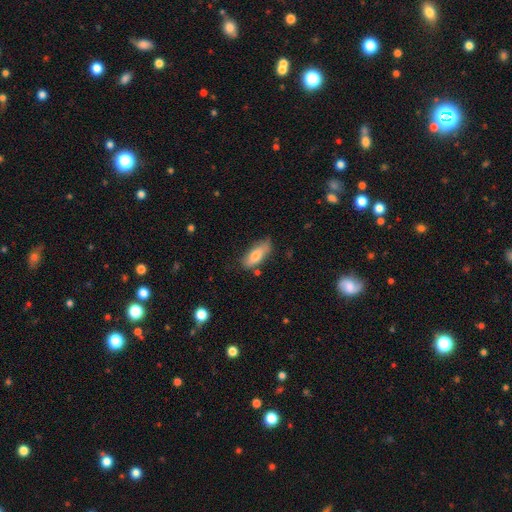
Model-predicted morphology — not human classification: This appears to be a smooth galaxy with no disk features (75%) that is in between round and cigar-shaped (74%). Merging: none (69%).